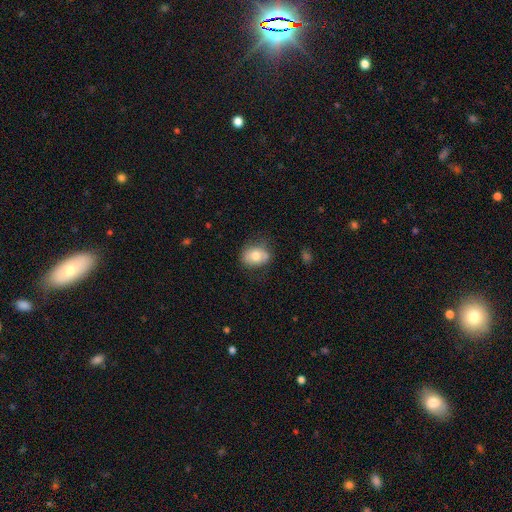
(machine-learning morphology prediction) Smooth or featured? smooth (75%)
How rounded? in between (63%)
Merging? none (66%)